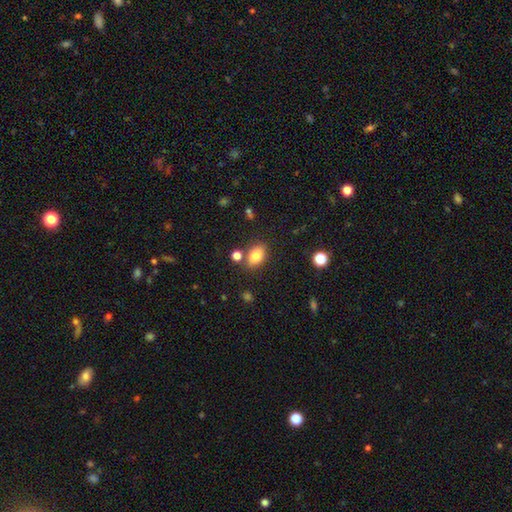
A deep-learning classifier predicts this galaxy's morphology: Smooth or featured?
  - smooth: 82% *
  - star or artifact: 10%
  - featured or disk: 8%
How rounded?
  - in between: 83% *
  - round: 15%
  - cigar-shaped: 2%
Merging?
  - none: 75% *
  - minor disturbance: 12%
  - merger: 10%
  - major disturbance: 4%